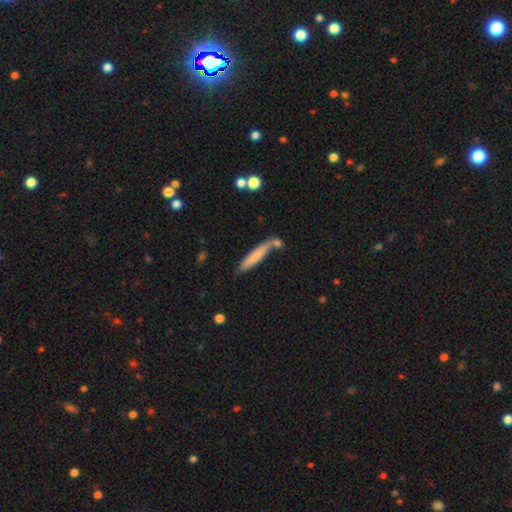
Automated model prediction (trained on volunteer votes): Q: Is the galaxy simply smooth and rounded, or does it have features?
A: smooth — 73%.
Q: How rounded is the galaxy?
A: cigar-shaped — 89%.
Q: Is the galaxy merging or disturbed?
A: none — 63%.